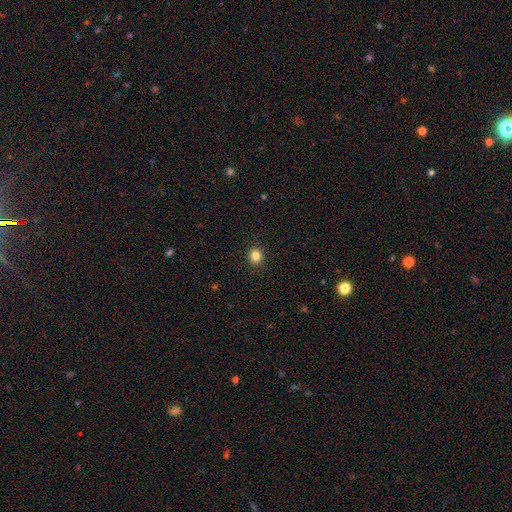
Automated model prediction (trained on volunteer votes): Q: Smooth or featured?
A: smooth (83%); runner-up: star or artifact (11%)
Q: How rounded?
A: round (84%); runner-up: in between (16%)
Q: Merging?
A: none (91%); runner-up: minor disturbance (6%)